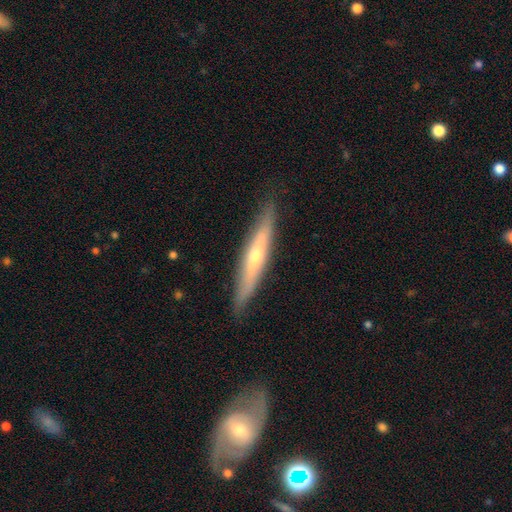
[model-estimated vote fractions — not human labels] This appears to be a featured or disk galaxy (63%) viewed edge-on (89%) with a rounded central bulge (78%). Merging: none (86%).